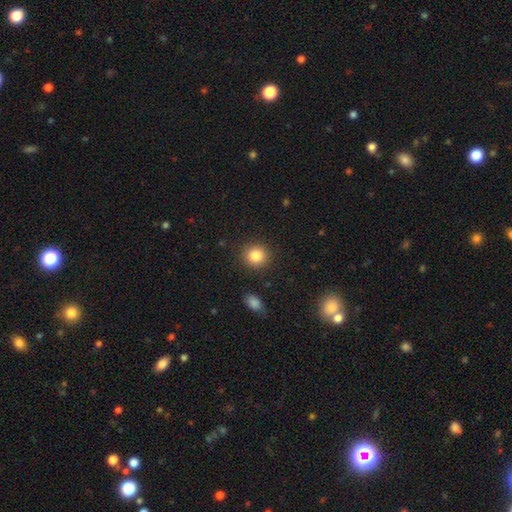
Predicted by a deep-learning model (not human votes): Q: Smooth or featured?
A: smooth (85%); runner-up: star or artifact (10%)
Q: How rounded?
A: round (89%); runner-up: in between (10%)
Q: Merging?
A: none (89%); runner-up: minor disturbance (7%)